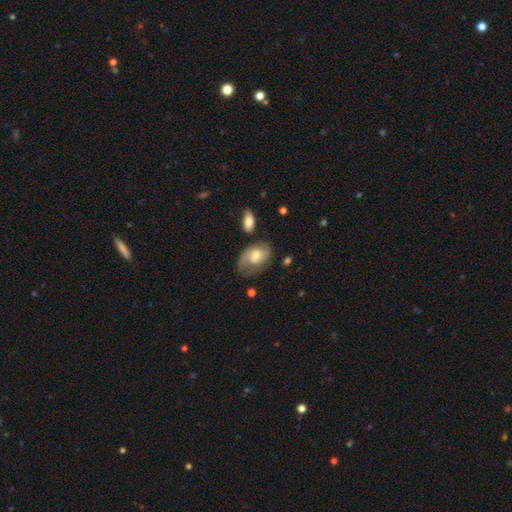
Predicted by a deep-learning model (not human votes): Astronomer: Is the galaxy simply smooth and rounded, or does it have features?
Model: featured or disk — 51% (runner-up: smooth, 41%).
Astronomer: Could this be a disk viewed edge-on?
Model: no — 95%.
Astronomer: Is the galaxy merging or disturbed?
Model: none — 53%.